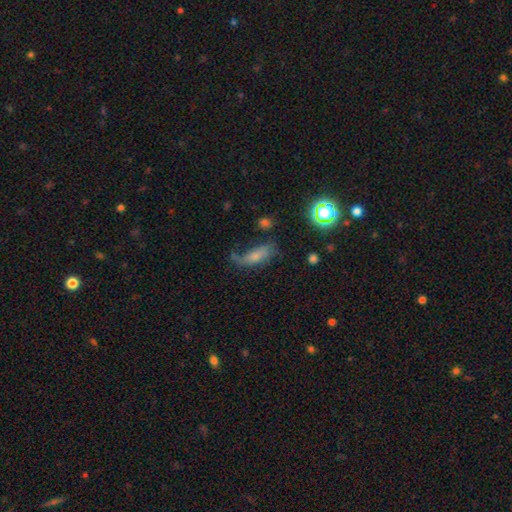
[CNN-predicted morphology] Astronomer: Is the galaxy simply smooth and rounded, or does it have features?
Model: smooth — 45% (runner-up: featured or disk, 35%).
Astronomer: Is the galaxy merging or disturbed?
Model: none — 40% (runner-up: major disturbance, 27%).